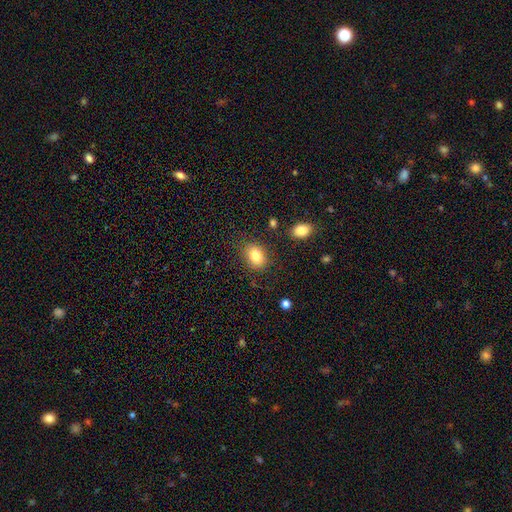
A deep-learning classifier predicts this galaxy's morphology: Smooth or featured?
  - smooth: 82% *
  - star or artifact: 9%
  - featured or disk: 9%
How rounded?
  - in between: 69% *
  - round: 30%
  - cigar-shaped: 1%
Merging?
  - none: 81% *
  - minor disturbance: 13%
  - major disturbance: 4%
  - merger: 3%